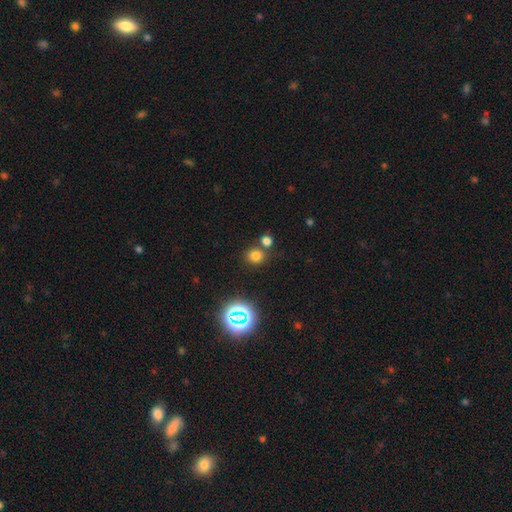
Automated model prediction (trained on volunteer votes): Morphology: type=smooth (72%); roundness=round (82%); merging=none (69%).